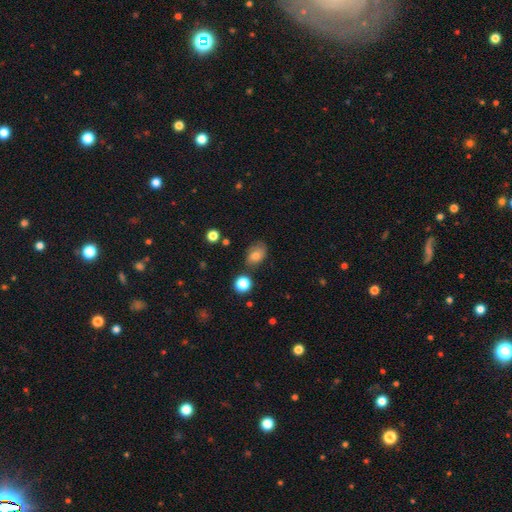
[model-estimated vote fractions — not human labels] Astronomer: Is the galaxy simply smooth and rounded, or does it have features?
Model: smooth — 73%.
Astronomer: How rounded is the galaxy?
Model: in between — 76%.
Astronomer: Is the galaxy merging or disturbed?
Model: none — 69%.